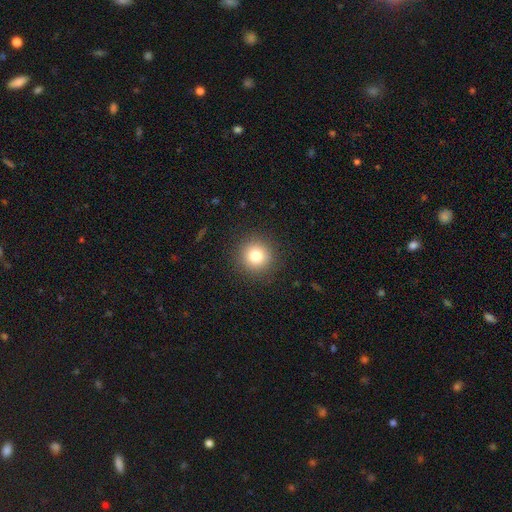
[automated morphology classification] The model was most divided on "smooth or featured": smooth: 79%, star or artifact: 12%, featured or disk: 8%. More confident: how rounded — round (94%); merging — none (91%).